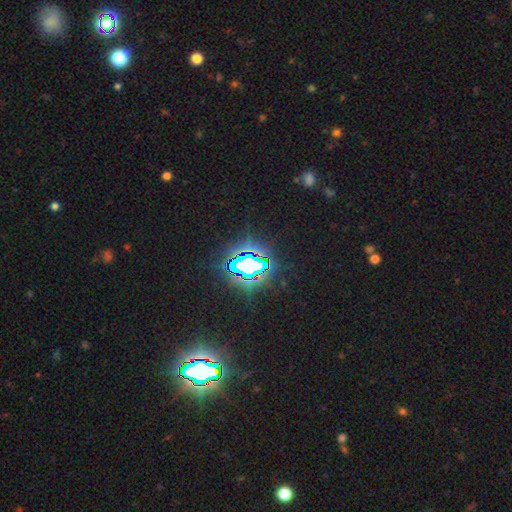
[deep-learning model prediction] Smooth or featured: star or artifact — 82% (smooth — 11%)